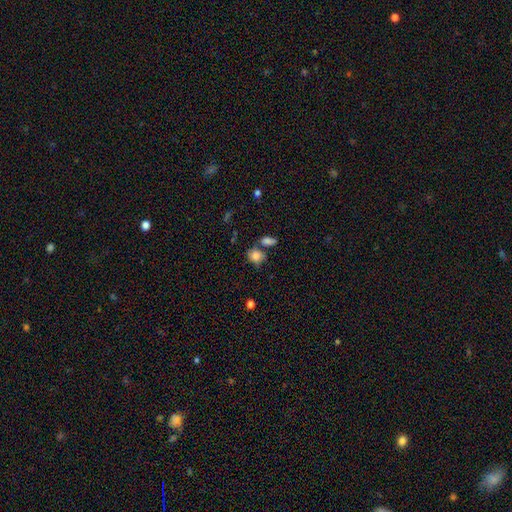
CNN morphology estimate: Q: Smooth or featured?
A: smooth (81%); runner-up: star or artifact (10%)
Q: How rounded?
A: round (59%); runner-up: in between (39%)
Q: Merging?
A: none (52%); runner-up: merger (24%)